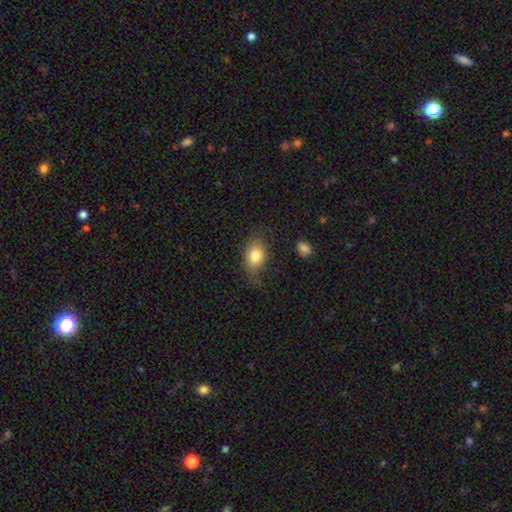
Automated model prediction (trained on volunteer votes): smooth_or_featured: smooth (p=0.79) [alt: featured or disk p=0.12]
how_rounded: in between (p=0.73) [alt: round p=0.25]
merging: none (p=0.61) [alt: minor disturbance p=0.26]